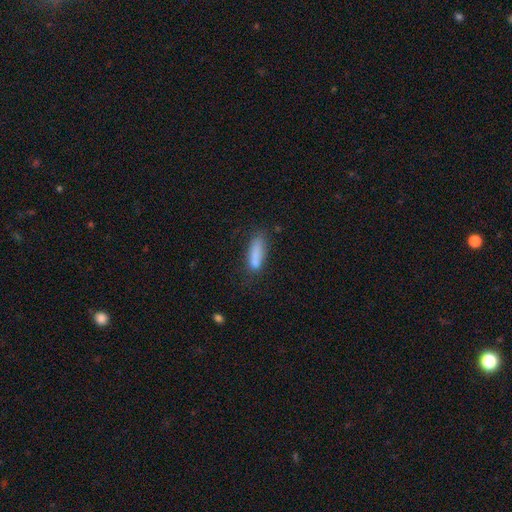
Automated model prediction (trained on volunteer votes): This appears to be a smooth galaxy with no disk features (81%) that is cigar-shaped (57%). Merging: none (58%).